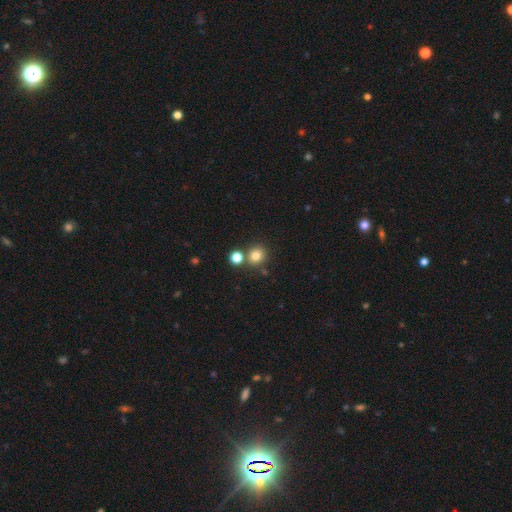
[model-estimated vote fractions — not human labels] This appears to be a smooth galaxy with no disk features (79%) that is round (82%). Merging: none (70%).